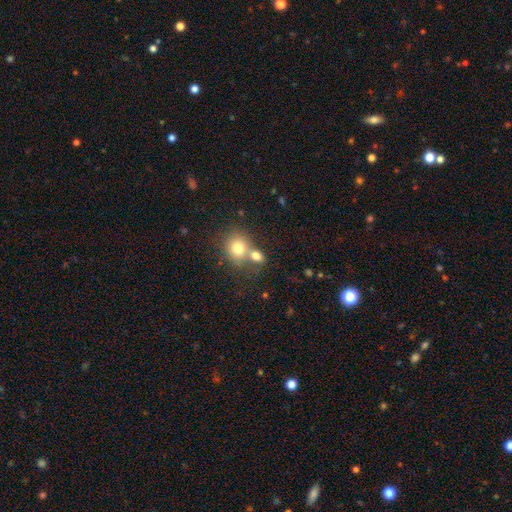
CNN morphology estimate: Q: Smooth or featured?
A: smooth (76%); runner-up: featured or disk (13%)
Q: How rounded?
A: round (52%); runner-up: in between (46%)
Q: Merging?
A: merger (50%); runner-up: none (36%)